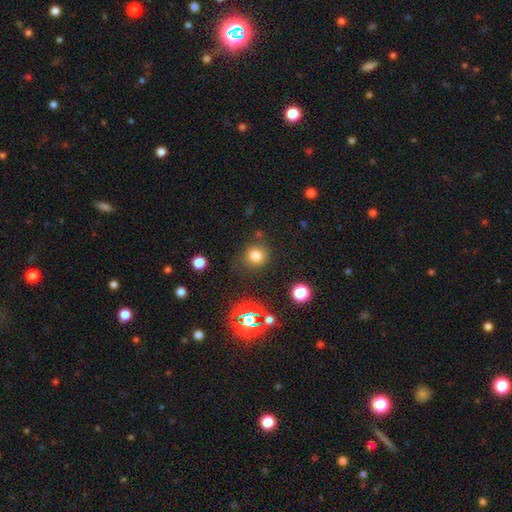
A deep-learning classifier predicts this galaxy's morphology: smooth 76%, star or artifact 18%, featured or disk 6%. Down the decision tree: how rounded — round (89%); merging — none (79%).